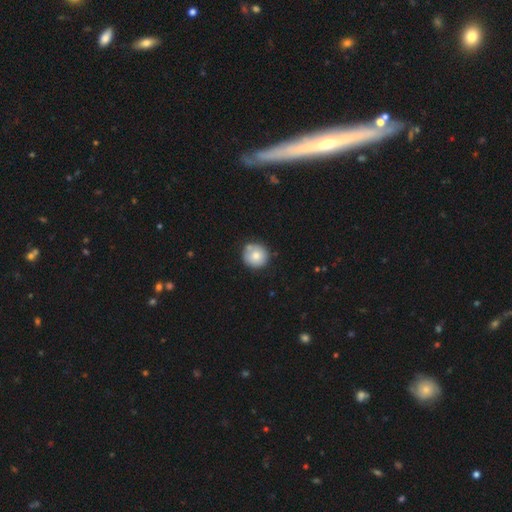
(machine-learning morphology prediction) type=smooth (77%); roundness=round (93%); merging=none (75%).